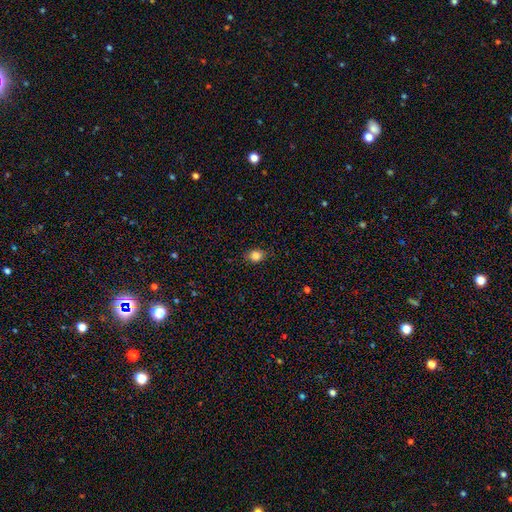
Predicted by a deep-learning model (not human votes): Smooth or featured: smooth — 85% (star or artifact — 11%)
How rounded: round — 51% (in between — 48%)
Merging: none — 83% (minor disturbance — 13%)